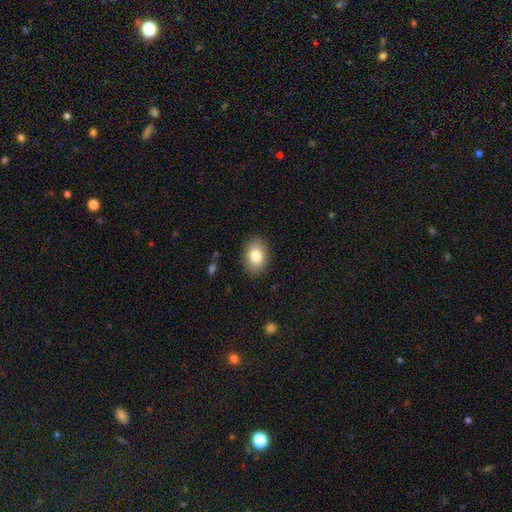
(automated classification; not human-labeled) This appears to be a smooth galaxy with no disk features (82%) that is in between round and cigar-shaped (77%). Merging: none (88%).